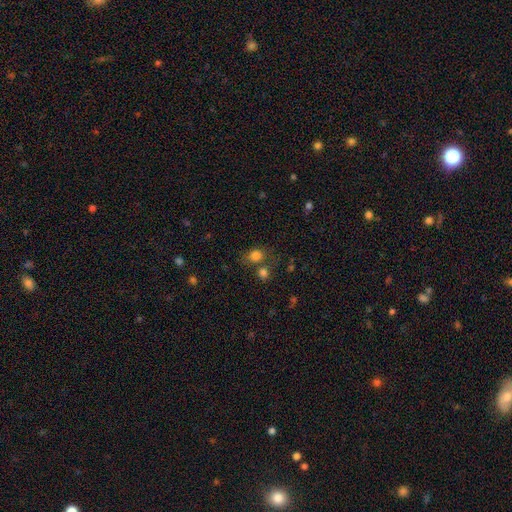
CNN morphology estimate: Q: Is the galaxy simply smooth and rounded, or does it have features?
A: smooth — 80%.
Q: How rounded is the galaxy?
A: round — 58%.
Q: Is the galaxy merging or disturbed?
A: none — 57%.